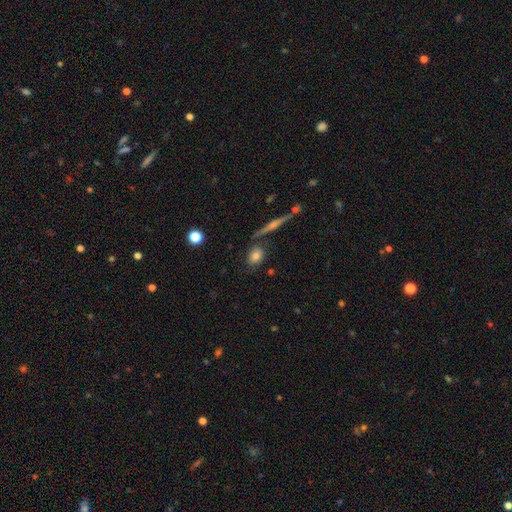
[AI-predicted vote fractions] Smooth or featured: smooth — 72% (featured or disk — 18%)
How rounded: in between — 49% (round — 47%)
Merging: none — 70% (minor disturbance — 16%)